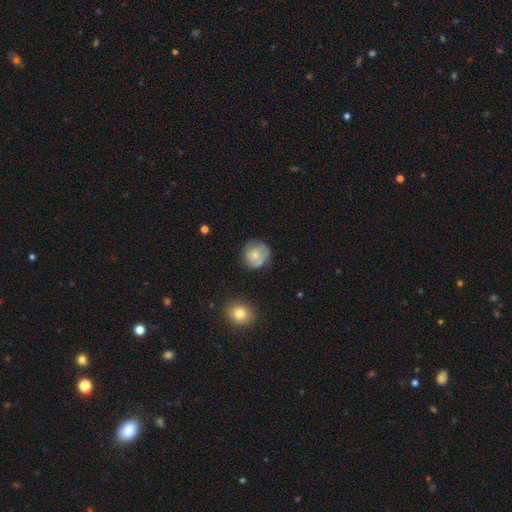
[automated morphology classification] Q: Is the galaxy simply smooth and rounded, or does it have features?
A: smooth — 61%.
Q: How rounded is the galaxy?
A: round — 87%.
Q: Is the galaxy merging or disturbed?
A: none — 66%.